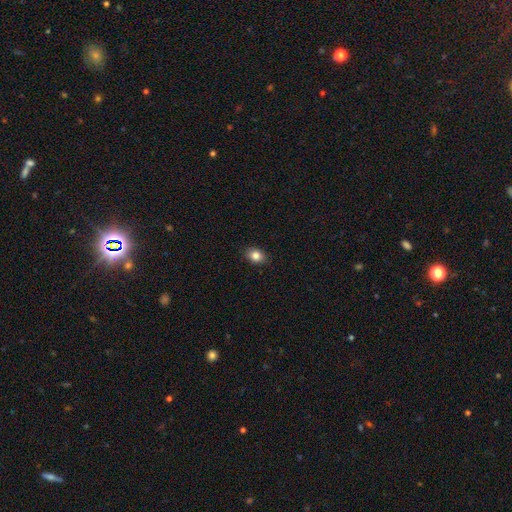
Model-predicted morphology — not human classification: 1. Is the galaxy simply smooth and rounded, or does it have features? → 84% smooth, 10% star or artifact, 7% featured or disk.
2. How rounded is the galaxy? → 65% in between, 33% round, 1% cigar-shaped.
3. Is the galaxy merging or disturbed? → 89% none, 8% minor disturbance, 2% major disturbance, 1% merger.